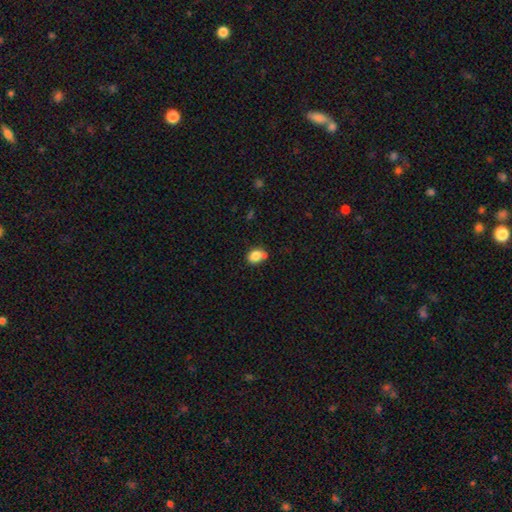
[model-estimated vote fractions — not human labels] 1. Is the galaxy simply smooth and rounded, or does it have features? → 83% smooth, 10% star or artifact, 8% featured or disk.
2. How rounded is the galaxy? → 54% in between, 44% round, 1% cigar-shaped.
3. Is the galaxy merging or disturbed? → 58% none, 23% minor disturbance, 14% merger, 5% major disturbance.